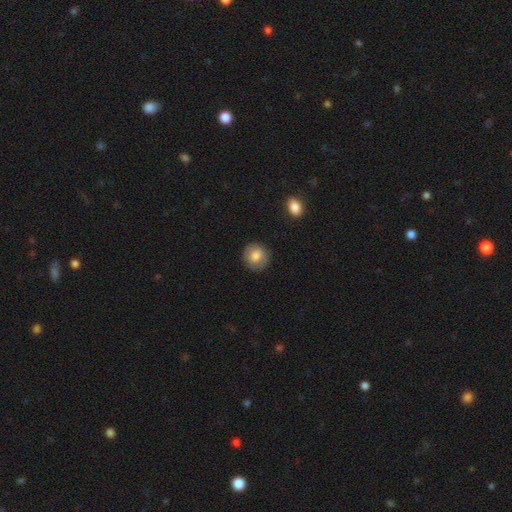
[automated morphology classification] A smooth galaxy with no disk features (77%) that is round (86%).

Vote fractions:
- Smooth or featured? smooth: 77% / featured or disk: 15% / star or artifact: 8%
- How rounded? round: 86% / in between: 13% / cigar-shaped: 1%
- Merging? none: 86% / minor disturbance: 10% / major disturbance: 3% / merger: 1%